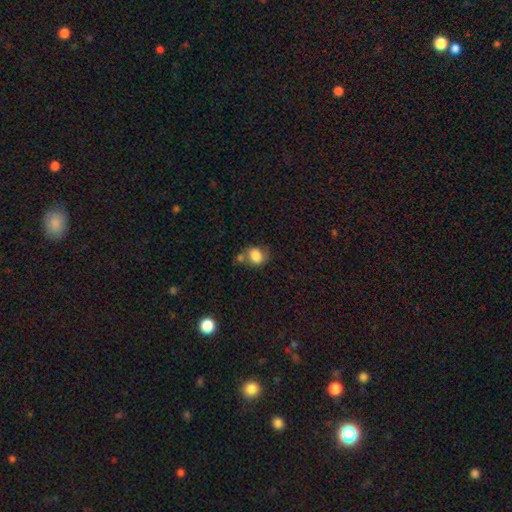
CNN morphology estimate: This is likely a smooth galaxy (80%). How rounded: possibly round (57%). Merging: possibly none (48%).